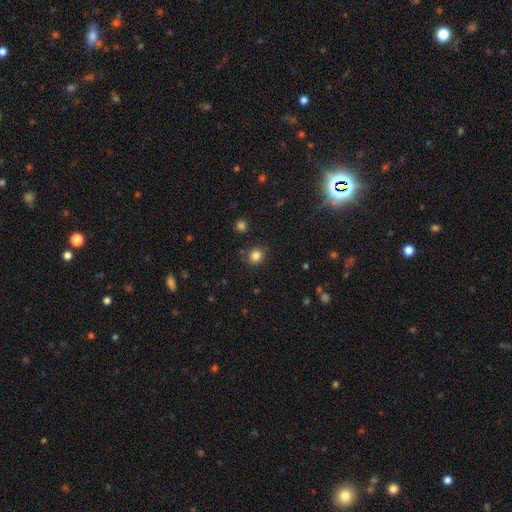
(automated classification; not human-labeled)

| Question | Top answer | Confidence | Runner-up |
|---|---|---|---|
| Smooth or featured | smooth | 83% | star or artifact (12%) |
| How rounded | round | 80% | in between (19%) |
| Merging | none | 86% | minor disturbance (9%) |